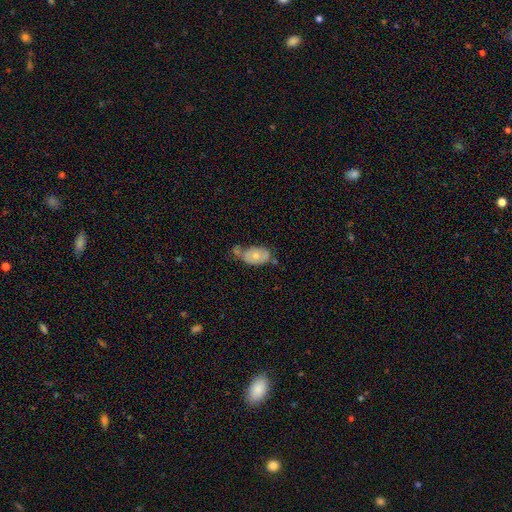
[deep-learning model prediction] Overall: smooth (58%; featured or disk 35%). How rounded: in between (85%). Merging: none (32%; minor disturbance 28%).